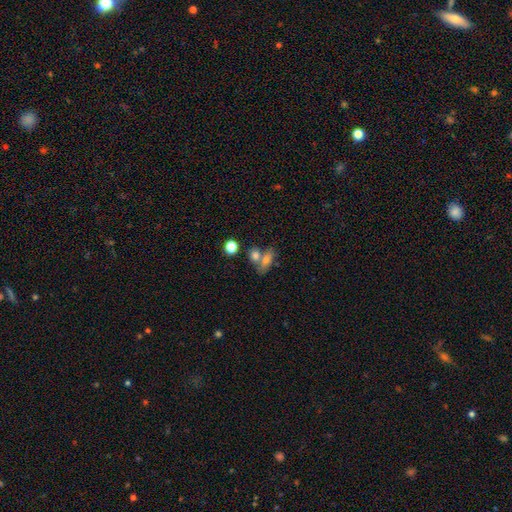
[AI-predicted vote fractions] This is likely a smooth galaxy (73%). How rounded: likely in between (62%). Merging: possibly merger (47%).